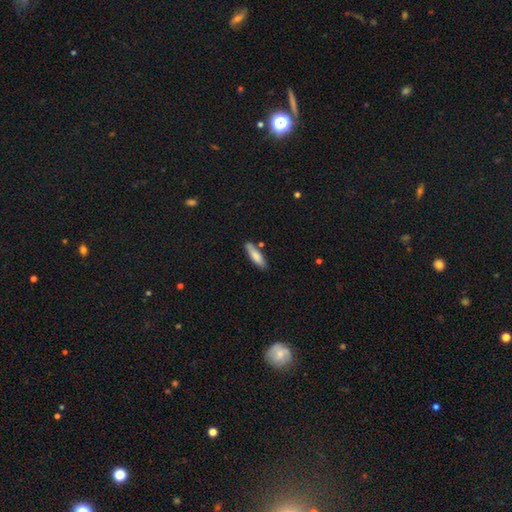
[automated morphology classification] Overall: smooth (82%). How rounded: cigar-shaped (69%; in between 30%). Merging: none (78%).